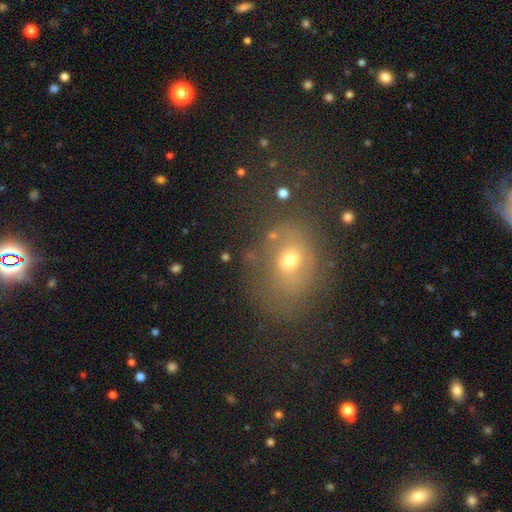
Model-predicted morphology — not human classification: smooth 57%, star or artifact 25%, featured or disk 18%. Down the decision tree: how rounded — in between (56%); merging — none (71%).